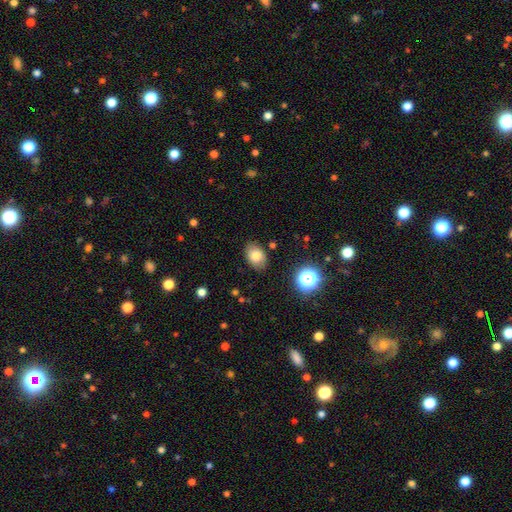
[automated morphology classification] The model was most divided on "how rounded": in between: 79%, round: 20%, cigar-shaped: 1%. More confident: merging — none (82%); smooth or featured — smooth (80%).